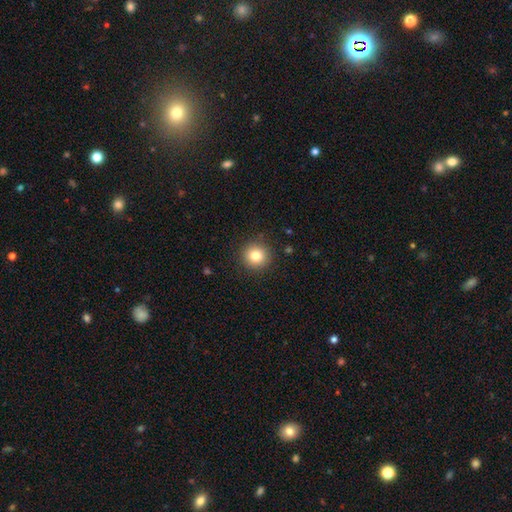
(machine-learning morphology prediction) Smooth or featured: smooth — 81% (star or artifact — 11%)
How rounded: round — 94% (in between — 5%)
Merging: none — 90% (minor disturbance — 6%)